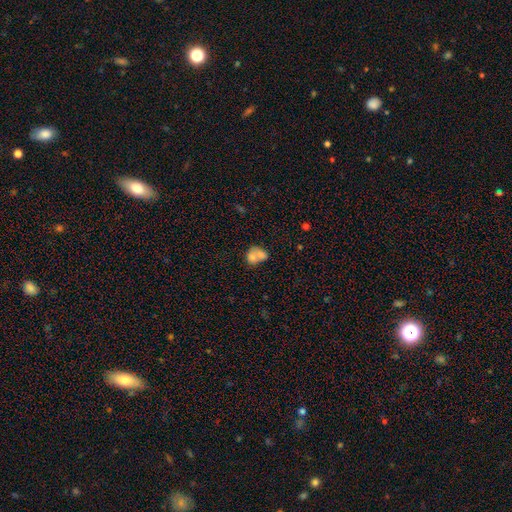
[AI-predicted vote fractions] smooth-or-featured: smooth: 72% | featured or disk: 19% | star or artifact: 10%
  how-rounded: in between: 55% | round: 44% | cigar-shaped: 1%
  merging: merger: 63% | none: 21% | minor disturbance: 10% | major disturbance: 6%